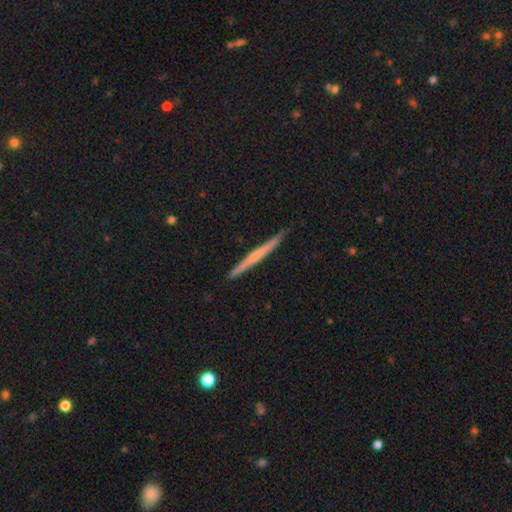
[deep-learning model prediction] Morphology: type=featured or disk (60%); edge-on=yes (98%); edge-on bulge=none (59%); merging=none (89%).